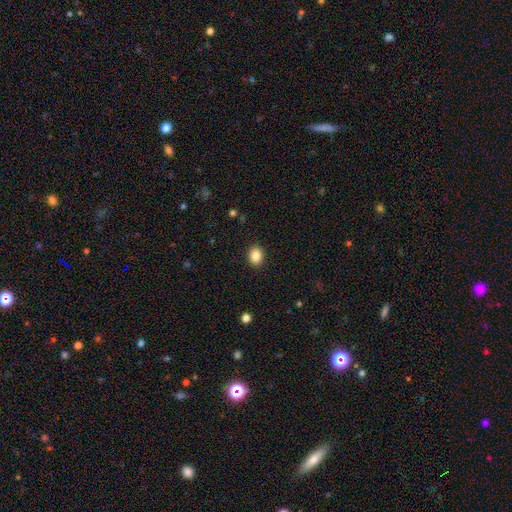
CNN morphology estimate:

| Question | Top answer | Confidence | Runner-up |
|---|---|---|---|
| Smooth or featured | smooth | 86% | star or artifact (9%) |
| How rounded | in between | 52% | round (47%) |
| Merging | none | 91% | minor disturbance (6%) |